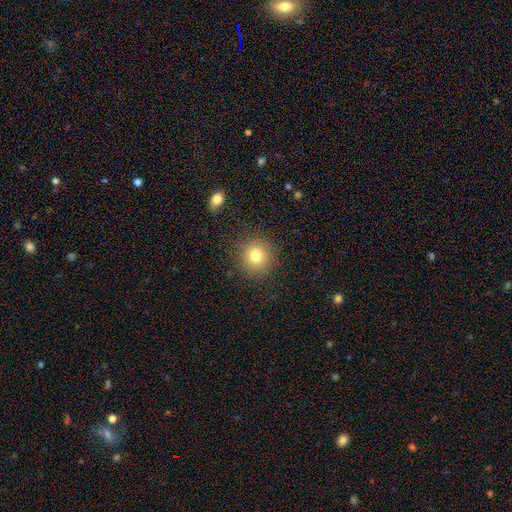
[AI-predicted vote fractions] This appears to be a smooth galaxy with no disk features (79%) that is round (86%). Merging: none (87%).